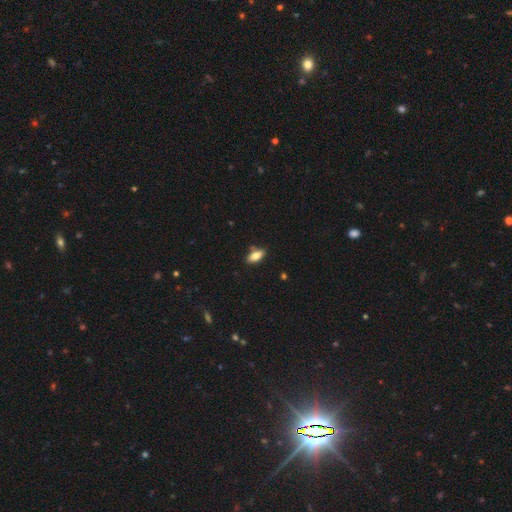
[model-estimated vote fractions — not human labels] This is likely a smooth galaxy (76%). How rounded: clearly in between (85%). Merging: clearly none (81%).